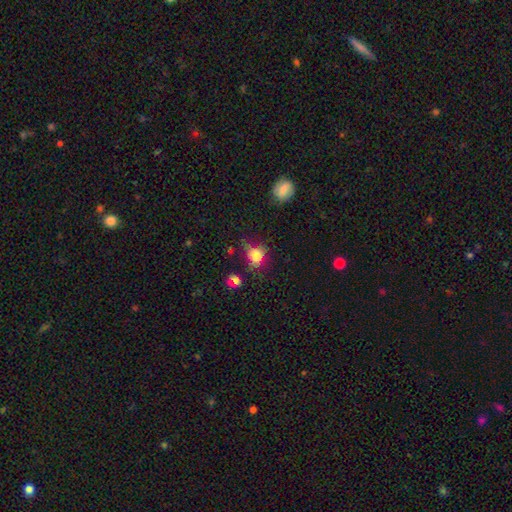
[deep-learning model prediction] Morphology: type=smooth (77%); roundness=round (63%); merging=none (58%).